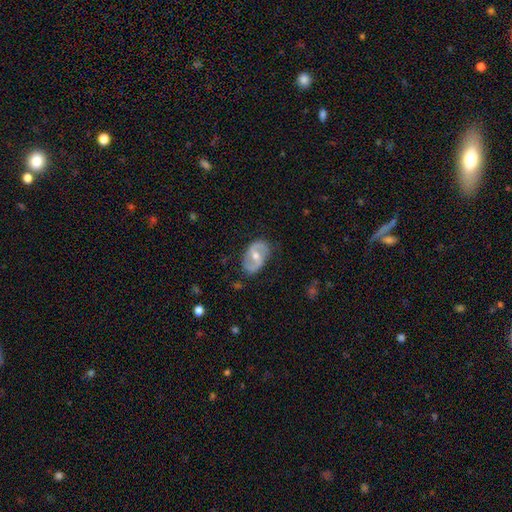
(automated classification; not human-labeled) This is likely a featured or disk galaxy (70%). It is clearly not viewed edge-on (95%). Bar: marginally weak (42%). Spiral arm pattern: likely yes (70%). Central bulge: likely moderate (68%). Merging: likely none (79%).